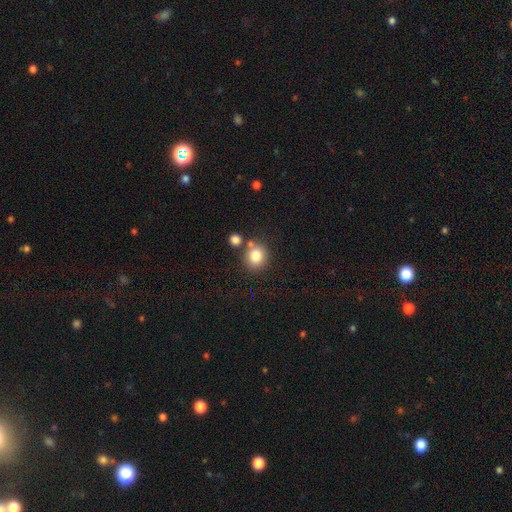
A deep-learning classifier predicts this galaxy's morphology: Smooth or featured? Predicted: smooth (p=0.81). How rounded? Predicted: round (p=0.85). Merging? Predicted: none (p=0.70).